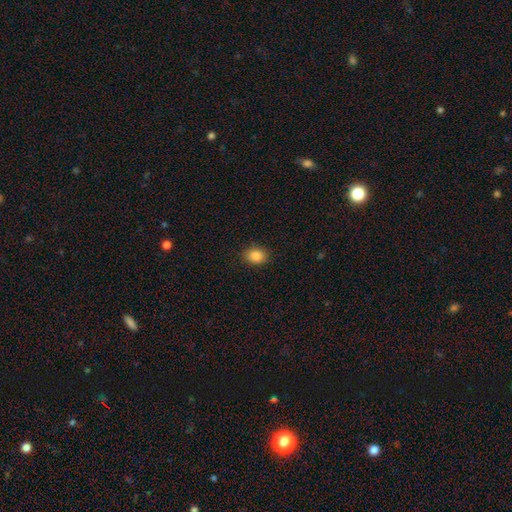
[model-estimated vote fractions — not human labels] This appears to be a smooth galaxy with no disk features (88%) that is in between round and cigar-shaped (62%). Merging: none (87%).